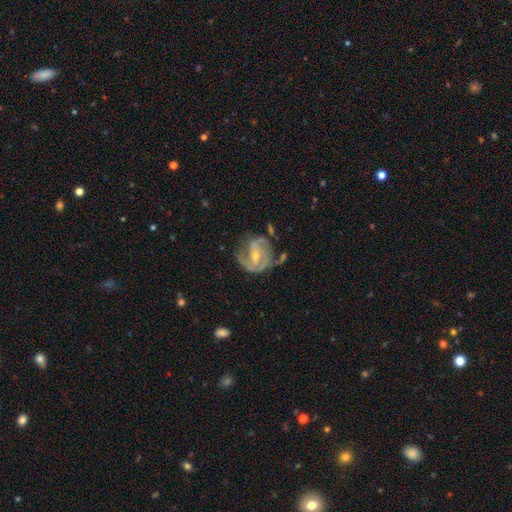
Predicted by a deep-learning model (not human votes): Morphology: type=featured or disk (84%); edge-on=no (97%); bar=weak (44%); spiral arms=yes (93%); winding=medium (45%); arm count=2 (64%); bulge=small (52%); merging=none (59%).